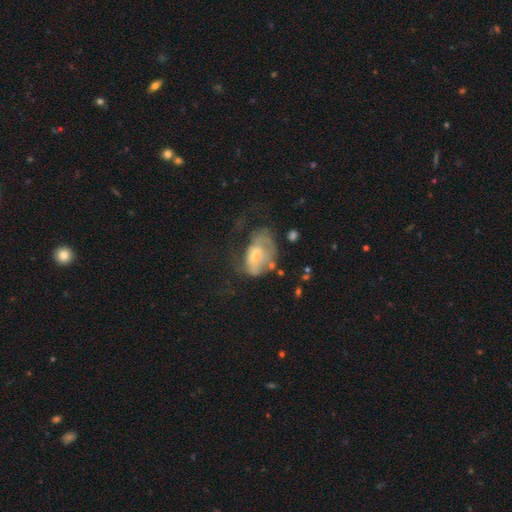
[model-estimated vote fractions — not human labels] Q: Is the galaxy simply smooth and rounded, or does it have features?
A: smooth — 46%.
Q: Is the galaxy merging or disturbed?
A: major disturbance — 47%.